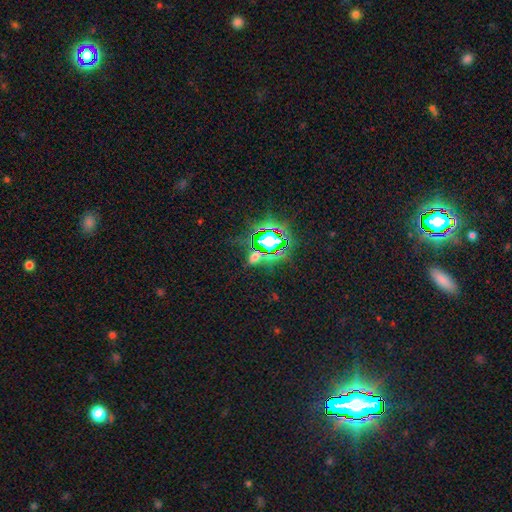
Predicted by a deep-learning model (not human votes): Q: Smooth or featured?
A: star or artifact (77%); runner-up: smooth (15%)